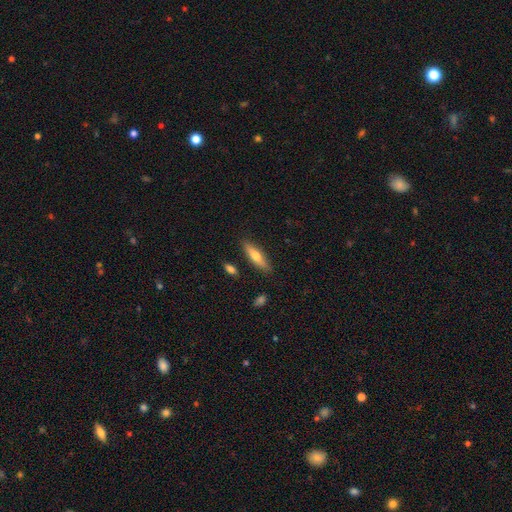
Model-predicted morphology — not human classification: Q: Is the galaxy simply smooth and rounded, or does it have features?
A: smooth — 58%.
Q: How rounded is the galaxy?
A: cigar-shaped — 68%.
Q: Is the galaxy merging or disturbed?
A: none — 85%.